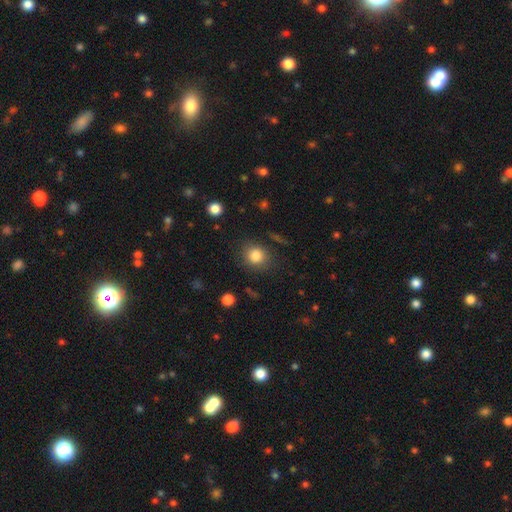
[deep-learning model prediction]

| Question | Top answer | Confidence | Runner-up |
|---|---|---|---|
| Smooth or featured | smooth | 83% | star or artifact (10%) |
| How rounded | round | 78% | in between (21%) |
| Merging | none | 83% | minor disturbance (11%) |